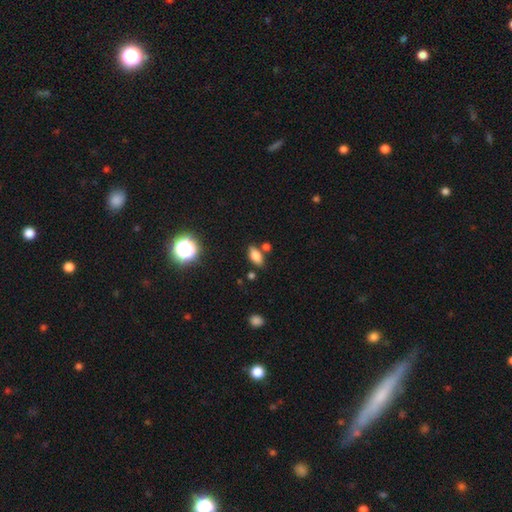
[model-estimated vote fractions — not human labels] Overall: smooth (79%). How rounded: in between (86%). Merging: none (74%).